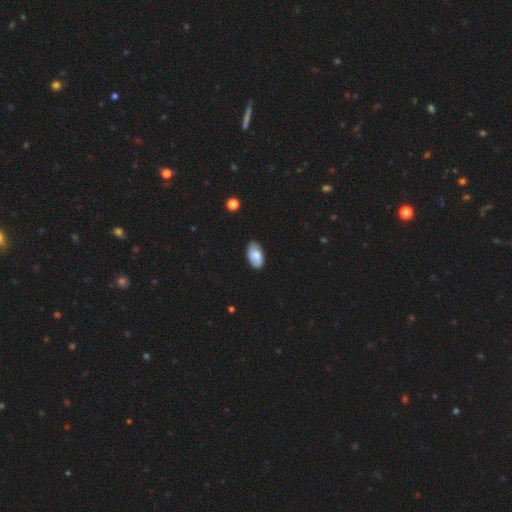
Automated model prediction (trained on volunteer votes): smooth-or-featured: smooth: 74% | featured or disk: 19% | star or artifact: 6%
  how-rounded: in between: 95% | round: 3% | cigar-shaped: 2%
  merging: none: 78% | minor disturbance: 18% | major disturbance: 3% | merger: 1%